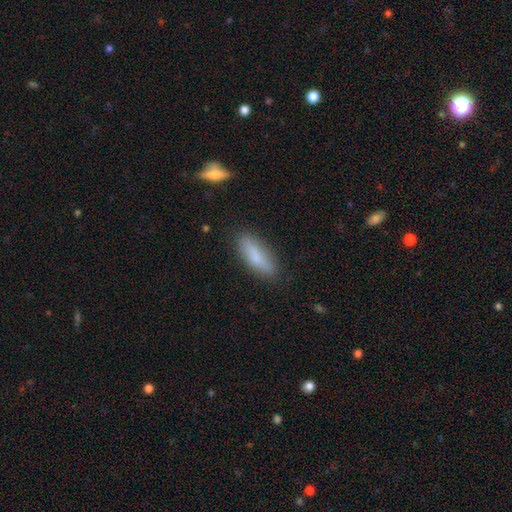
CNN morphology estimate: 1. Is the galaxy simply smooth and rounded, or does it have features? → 79% smooth, 15% featured or disk, 6% star or artifact.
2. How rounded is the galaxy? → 50% in between, 48% cigar-shaped, 2% round.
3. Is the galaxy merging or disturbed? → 84% none, 12% minor disturbance, 3% major disturbance, 2% merger.